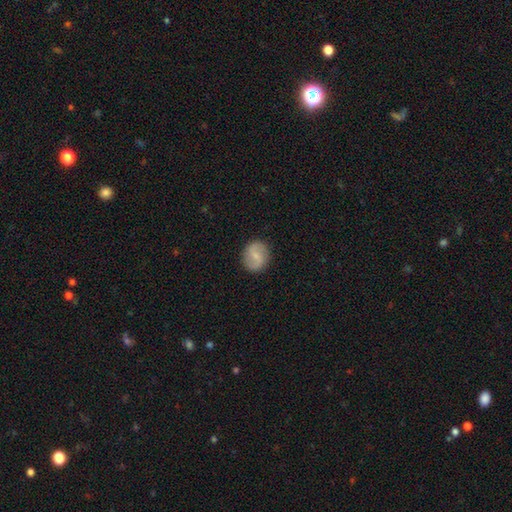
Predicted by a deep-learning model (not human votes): Overall: featured or disk (50%; smooth 43%). Edge-on disk: no (98%). Merging: none (88%).